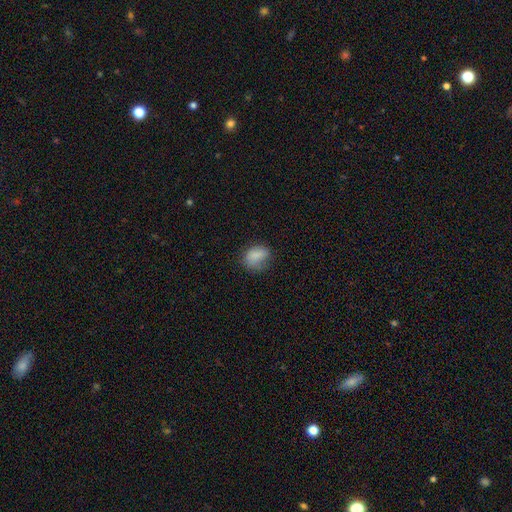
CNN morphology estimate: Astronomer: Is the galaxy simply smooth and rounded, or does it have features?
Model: smooth — 81%.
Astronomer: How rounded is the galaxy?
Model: in between — 69%.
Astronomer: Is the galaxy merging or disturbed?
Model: none — 57%.